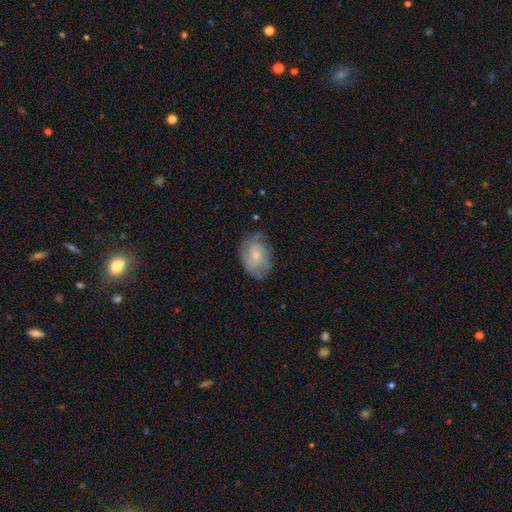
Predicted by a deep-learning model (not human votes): Smooth or featured: smooth — 47% (featured or disk — 46%)
Merging: none — 67% (minor disturbance — 24%)